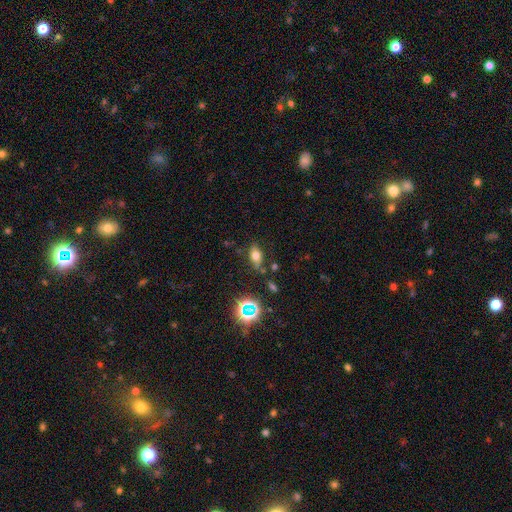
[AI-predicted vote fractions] Smooth or featured? smooth (62%)
How rounded? in between (77%)
Merging? none (73%)